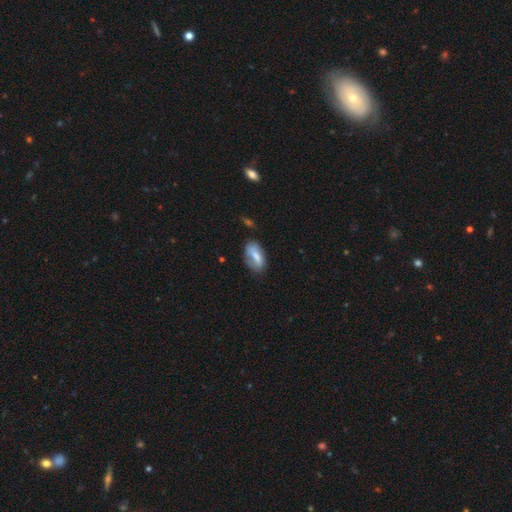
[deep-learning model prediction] Morphology: type=smooth (65%); roundness=in between (87%); merging=none (59%).